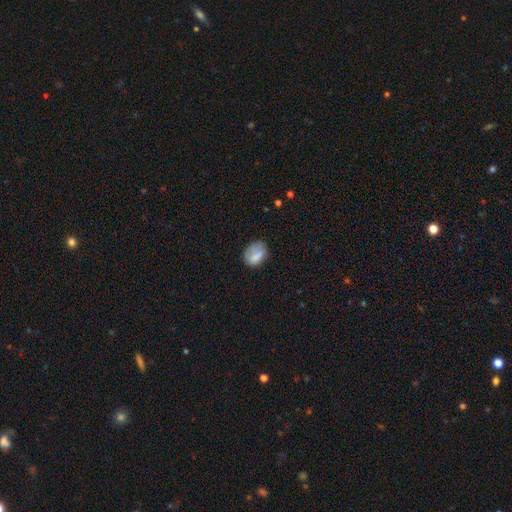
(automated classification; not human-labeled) A smooth galaxy with no disk features (74%) that is in between round and cigar-shaped (68%). Merging: none (56%).